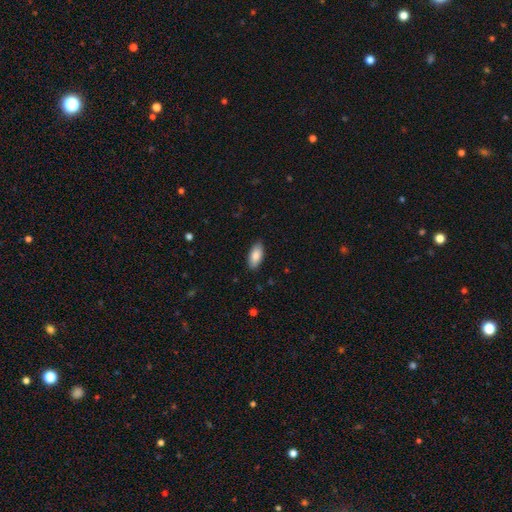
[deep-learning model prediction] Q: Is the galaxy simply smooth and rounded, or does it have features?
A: smooth — 87%.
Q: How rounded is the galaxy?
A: in between — 90%.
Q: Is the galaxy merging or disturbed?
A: none — 88%.